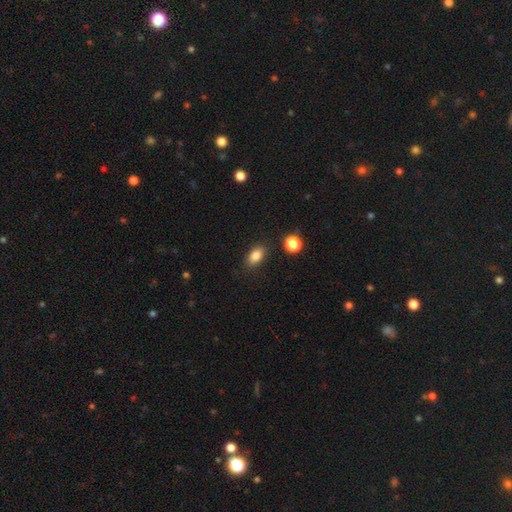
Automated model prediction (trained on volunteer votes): This appears to be a smooth galaxy with no disk features (84%) that is in between round and cigar-shaped (85%). Merging: none (85%).